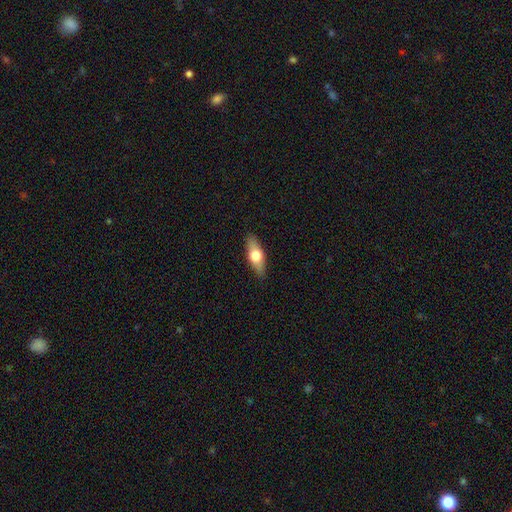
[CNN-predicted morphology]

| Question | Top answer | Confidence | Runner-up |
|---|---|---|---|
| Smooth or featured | smooth | 59% | featured or disk (35%) |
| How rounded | in between | 67% | cigar-shaped (29%) |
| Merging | none | 88% | minor disturbance (9%) |